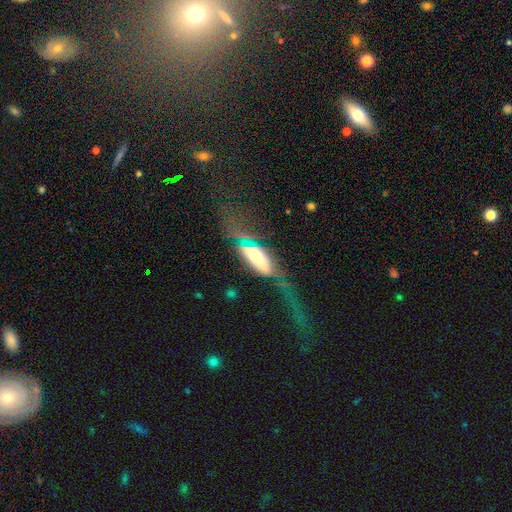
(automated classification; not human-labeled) Morphology: type=featured or disk (46%); merging=major disturbance (56%).